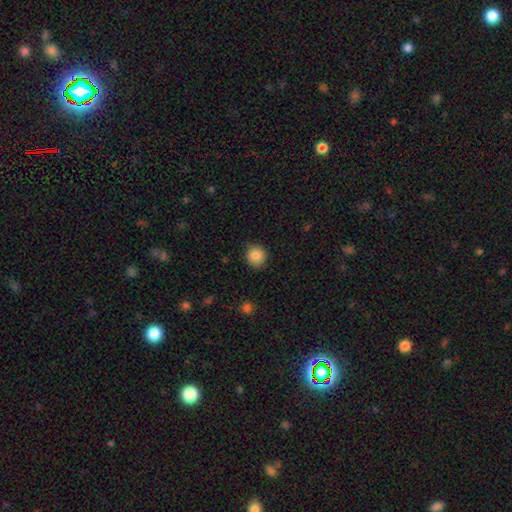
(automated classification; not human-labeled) Smooth or featured?
  - smooth: 87% *
  - star or artifact: 9%
  - featured or disk: 4%
How rounded?
  - round: 89% *
  - in between: 10%
  - cigar-shaped: 1%
Merging?
  - none: 87% *
  - minor disturbance: 9%
  - major disturbance: 2%
  - merger: 1%